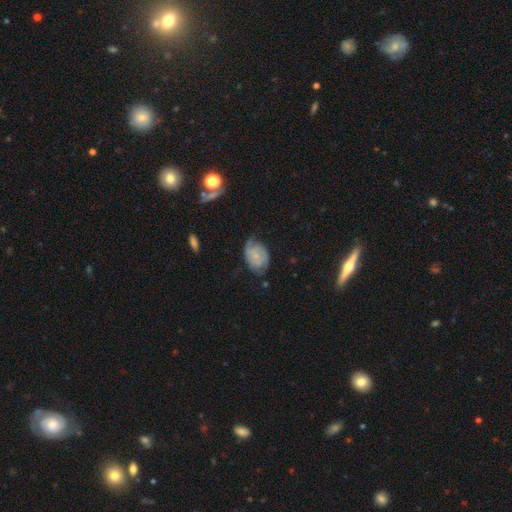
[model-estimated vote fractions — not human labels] smooth_or_featured: featured or disk (p=0.57) [alt: smooth p=0.35]
disk_edge_on: no (p=0.97) [alt: yes p=0.03]
bar: no (p=0.70) [alt: weak p=0.26]
has_spiral_arms: yes (p=0.85) [alt: no p=0.15]
bulge_size: small (p=0.69) [alt: none p=0.15]
merging: none (p=0.53) [alt: minor disturbance p=0.32]